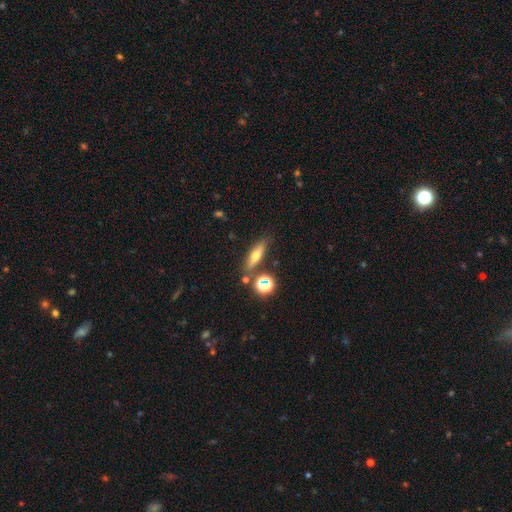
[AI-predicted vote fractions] smooth 49%, featured or disk 39%, star or artifact 12%. Down the decision tree: merging — none (77%).